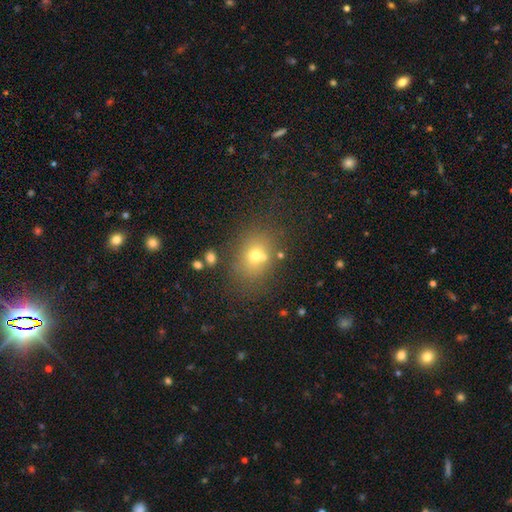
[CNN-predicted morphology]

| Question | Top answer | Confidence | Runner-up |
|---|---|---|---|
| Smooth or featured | smooth | 64% | star or artifact (19%) |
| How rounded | round | 51% | in between (48%) |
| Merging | none | 64% | merger (17%) |